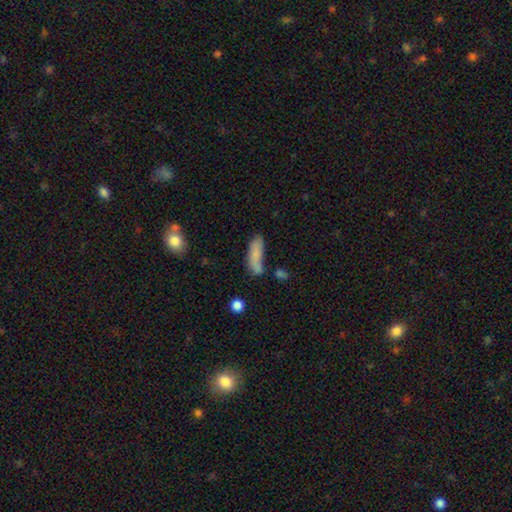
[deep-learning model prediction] smooth_or_featured: smooth (p=0.78) [alt: featured or disk p=0.13]
how_rounded: cigar-shaped (p=0.53) [alt: in between p=0.44]
merging: none (p=0.48) [alt: minor disturbance p=0.25]